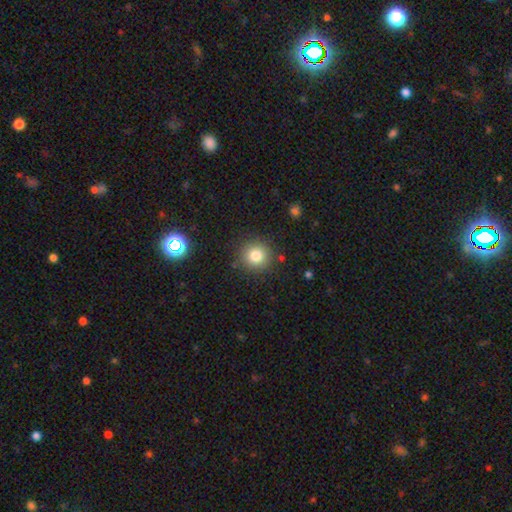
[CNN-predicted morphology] smooth-or-featured: smooth: 81% | star or artifact: 12% | featured or disk: 7%
  how-rounded: round: 92% | in between: 7% | cigar-shaped: 1%
  merging: none: 87% | minor disturbance: 8% | major disturbance: 3% | merger: 2%